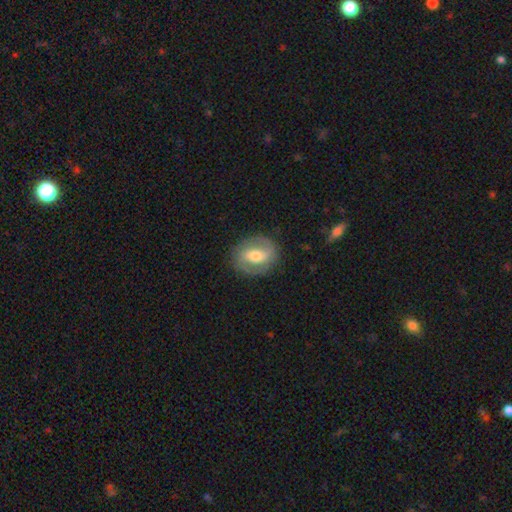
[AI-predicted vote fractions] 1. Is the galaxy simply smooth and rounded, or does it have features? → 62% featured or disk, 32% smooth, 6% star or artifact.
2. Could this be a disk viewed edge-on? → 94% no, 6% yes.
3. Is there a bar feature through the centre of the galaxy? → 41% strong, 39% weak, 20% no.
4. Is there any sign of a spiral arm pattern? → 65% yes, 35% no.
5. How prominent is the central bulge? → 67% moderate, 18% small, 12% large, 1% none, 1% dominant.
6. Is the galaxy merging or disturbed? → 84% none, 11% minor disturbance, 4% major disturbance, 1% merger.